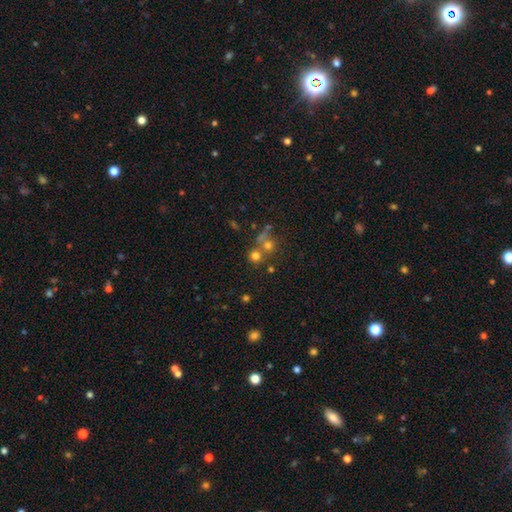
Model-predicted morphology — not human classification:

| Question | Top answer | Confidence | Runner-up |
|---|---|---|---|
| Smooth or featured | smooth | 67% | star or artifact (21%) |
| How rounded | round | 89% | in between (10%) |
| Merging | none | 56% | merger (33%) |